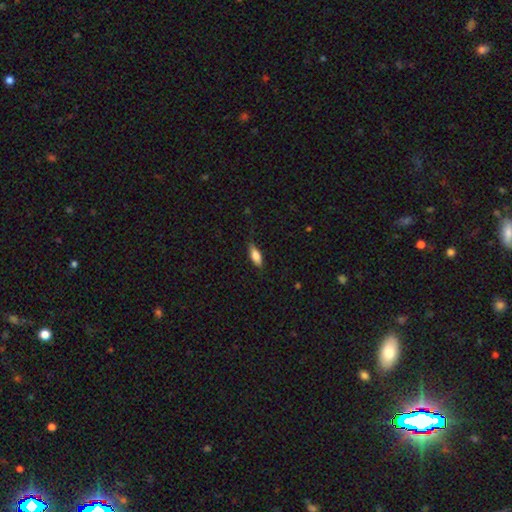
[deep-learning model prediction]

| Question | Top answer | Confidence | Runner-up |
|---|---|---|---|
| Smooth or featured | smooth | 80% | featured or disk (13%) |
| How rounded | in between | 73% | cigar-shaped (24%) |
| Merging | none | 78% | minor disturbance (17%) |